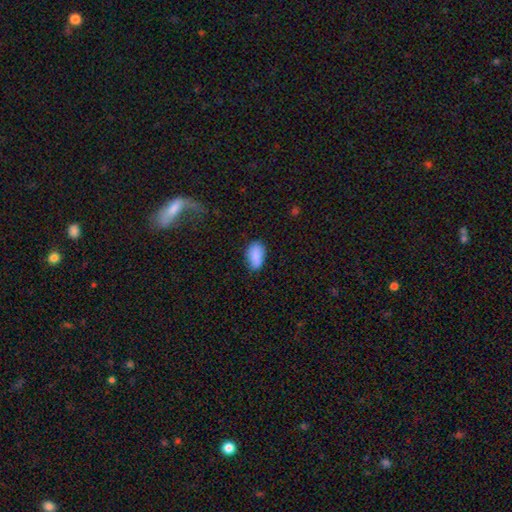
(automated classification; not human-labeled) Morphology: type=smooth (86%); roundness=in between (91%); merging=none (70%).